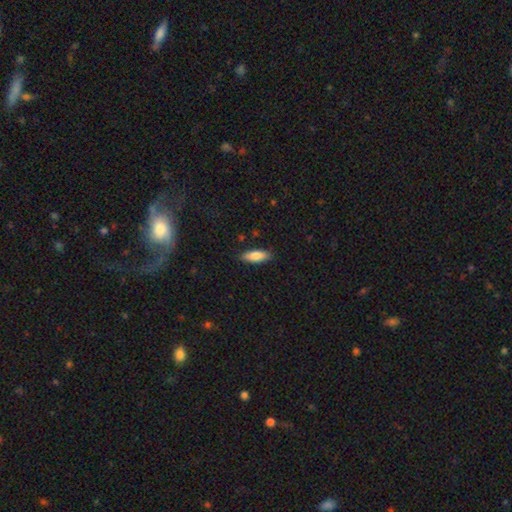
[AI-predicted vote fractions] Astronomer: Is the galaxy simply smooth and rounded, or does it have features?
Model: smooth — 84%.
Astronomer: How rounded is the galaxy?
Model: in between — 64%.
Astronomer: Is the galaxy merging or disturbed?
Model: none — 86%.